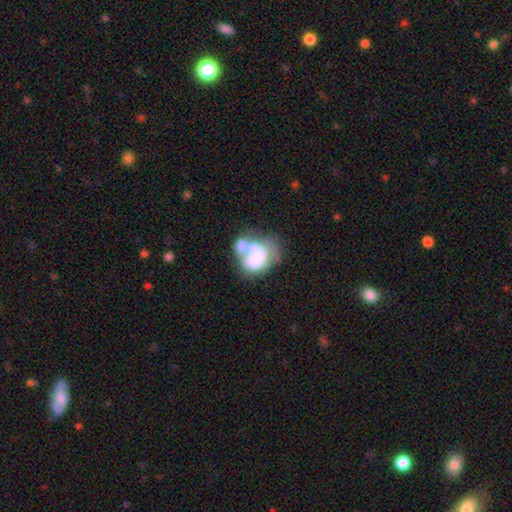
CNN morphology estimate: This is possibly a smooth galaxy (48%). Merging: possibly merger (52%).